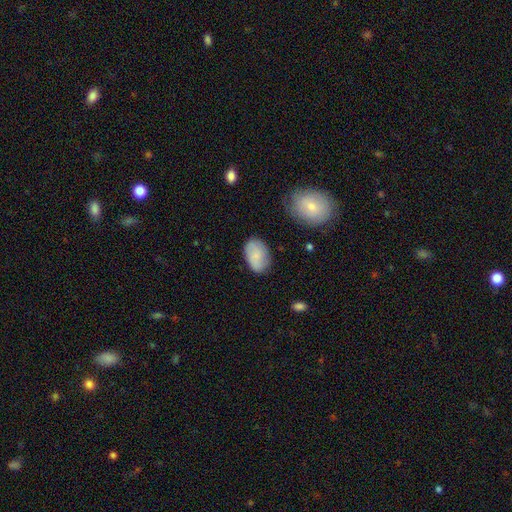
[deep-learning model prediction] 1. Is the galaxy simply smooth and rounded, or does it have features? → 75% smooth, 18% featured or disk, 7% star or artifact.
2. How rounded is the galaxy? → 88% in between, 11% round, 1% cigar-shaped.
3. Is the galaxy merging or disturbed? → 76% none, 18% minor disturbance, 4% major disturbance, 2% merger.